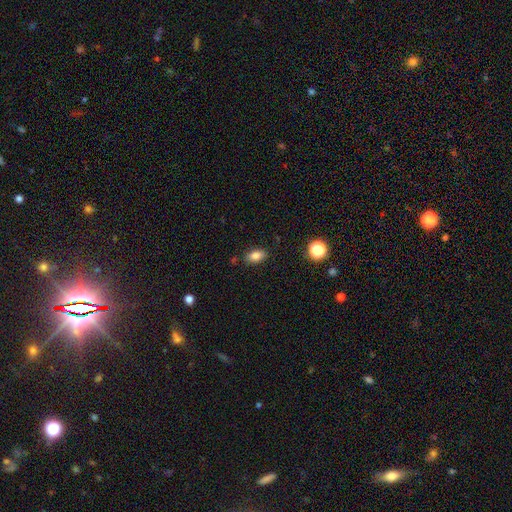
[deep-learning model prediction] smooth 82%, star or artifact 10%, featured or disk 8%. Down the decision tree: how rounded — in between (88%); merging — none (84%).